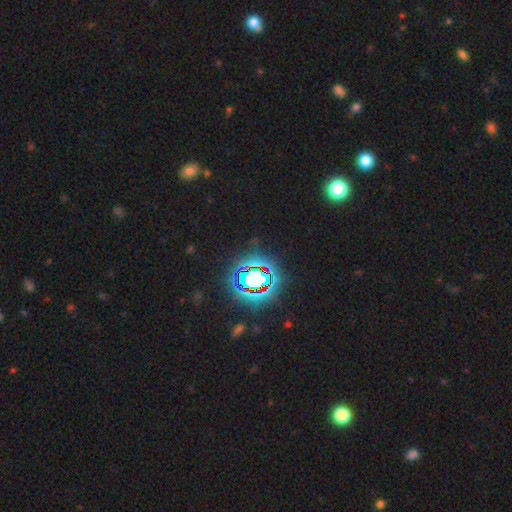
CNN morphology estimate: A star or artifact, not a galaxy (78%).